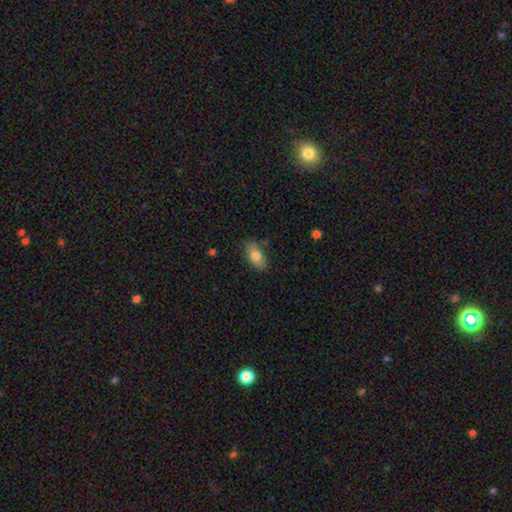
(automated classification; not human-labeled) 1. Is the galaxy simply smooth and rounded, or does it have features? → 76% smooth, 17% featured or disk, 7% star or artifact.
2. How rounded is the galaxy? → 86% in between, 9% cigar-shaped, 5% round.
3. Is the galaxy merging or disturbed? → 78% none, 16% minor disturbance, 3% major disturbance, 2% merger.